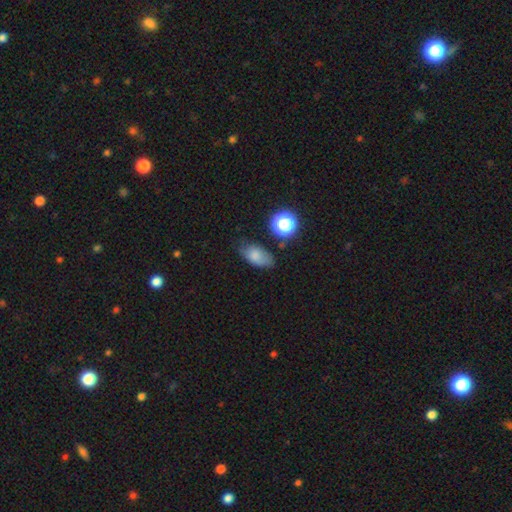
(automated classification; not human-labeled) Smooth or featured?
  - smooth: 77% *
  - star or artifact: 12%
  - featured or disk: 11%
How rounded?
  - in between: 88% *
  - round: 9%
  - cigar-shaped: 3%
Merging?
  - none: 63% *
  - minor disturbance: 26%
  - major disturbance: 7%
  - merger: 4%